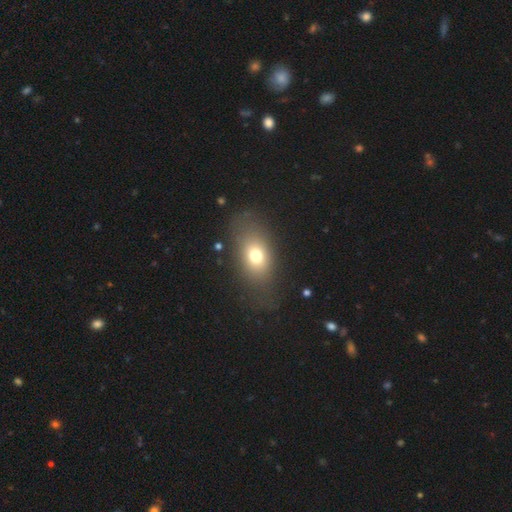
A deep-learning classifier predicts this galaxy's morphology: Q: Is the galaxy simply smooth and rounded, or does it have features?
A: smooth — 71%.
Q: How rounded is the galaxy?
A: in between — 74%.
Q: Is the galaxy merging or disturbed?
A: none — 70%.